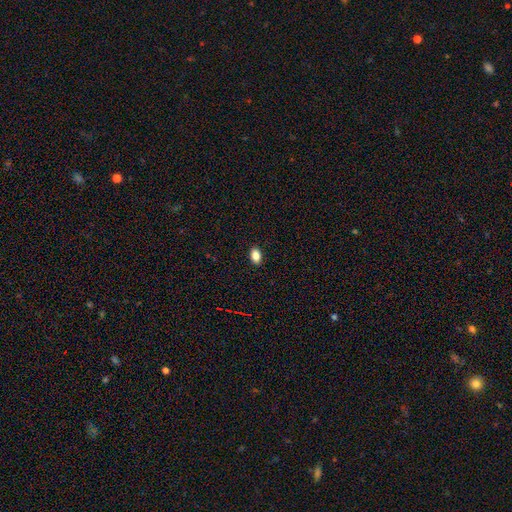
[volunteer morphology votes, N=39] Smooth or featured: smooth — 90% (star or artifact — 8%)
How rounded: in between — 83% (round — 9%)
Merging: none — 78% (minor disturbance — 8%)